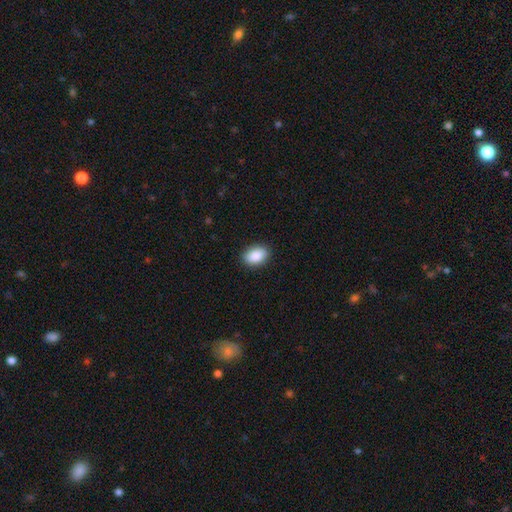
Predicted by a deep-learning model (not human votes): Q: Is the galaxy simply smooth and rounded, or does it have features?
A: smooth — 89%.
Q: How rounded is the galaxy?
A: in between — 87%.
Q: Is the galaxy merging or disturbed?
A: none — 89%.